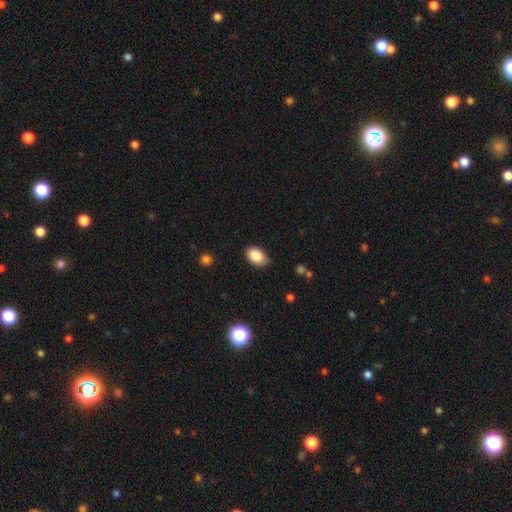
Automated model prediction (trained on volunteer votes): Morphology: type=smooth (88%); roundness=in between (89%); merging=none (78%).